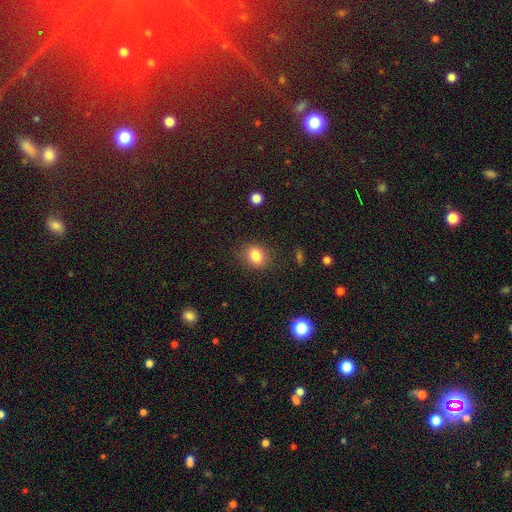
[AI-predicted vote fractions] Morphology: type=smooth (83%); roundness=round (57%); merging=none (84%).